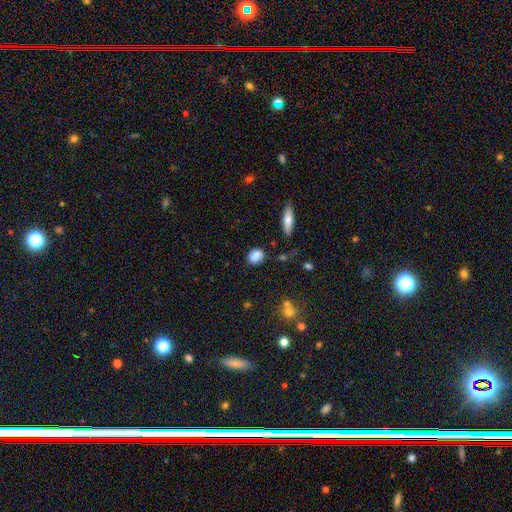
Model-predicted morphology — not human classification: smooth-or-featured: smooth: 83% | star or artifact: 9% | featured or disk: 8%
  how-rounded: round: 51% | in between: 47% | cigar-shaped: 3%
  merging: none: 80% | minor disturbance: 13% | merger: 3% | major disturbance: 3%